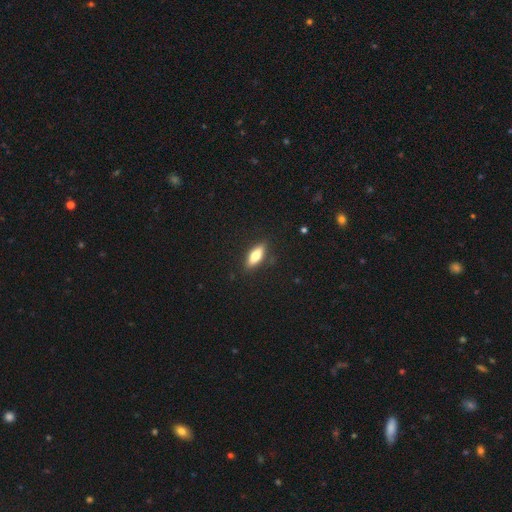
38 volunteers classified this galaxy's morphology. smooth 68%, featured or disk 29%, star or artifact 3%. Down the decision tree: how rounded — in between (73%); merging — none (81%).